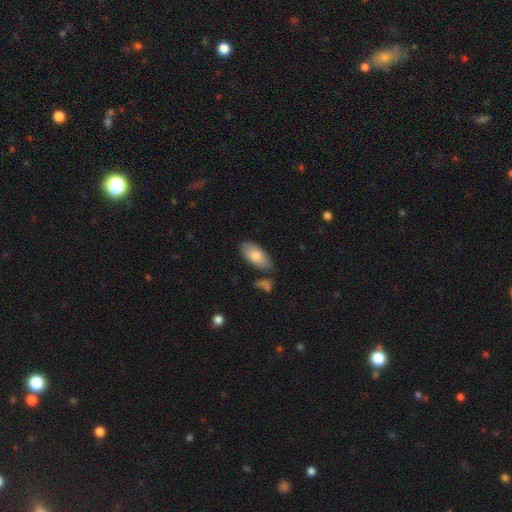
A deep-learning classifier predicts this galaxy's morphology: Overall: smooth (78%). How rounded: in between (92%). Merging: none (74%).